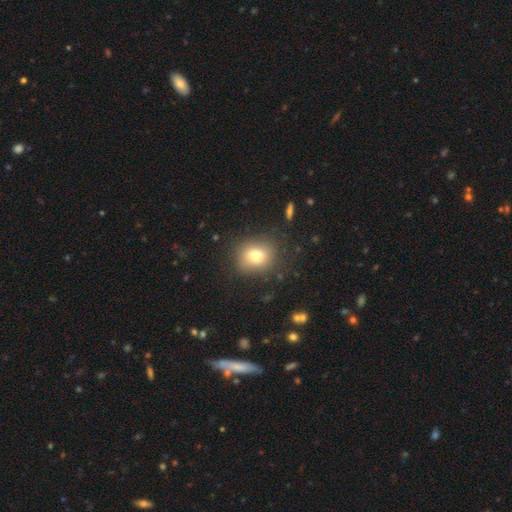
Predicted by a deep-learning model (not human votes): smooth_or_featured: smooth (p=0.76) [alt: featured or disk p=0.13]
how_rounded: round (p=0.69) [alt: in between p=0.30]
merging: none (p=0.80) [alt: minor disturbance p=0.13]